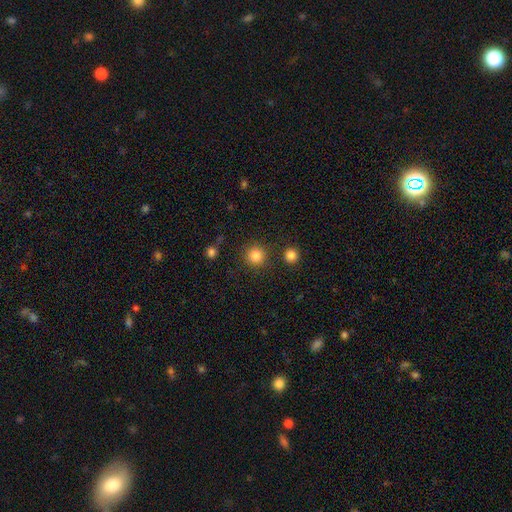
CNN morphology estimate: Q: Smooth or featured?
A: smooth (84%); runner-up: star or artifact (12%)
Q: How rounded?
A: round (95%); runner-up: in between (4%)
Q: Merging?
A: none (88%); runner-up: minor disturbance (6%)